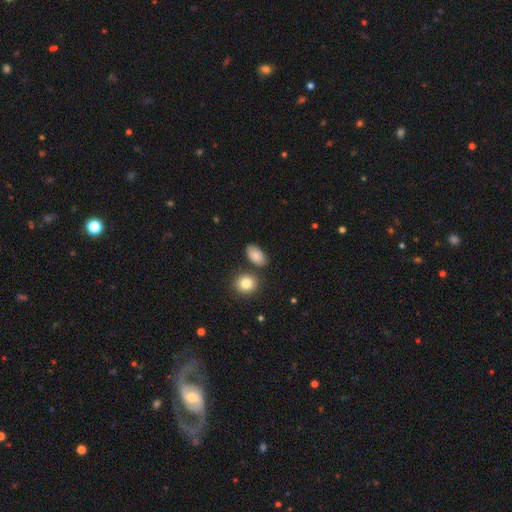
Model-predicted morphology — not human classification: type=smooth (85%); roundness=in between (90%); merging=none (76%).